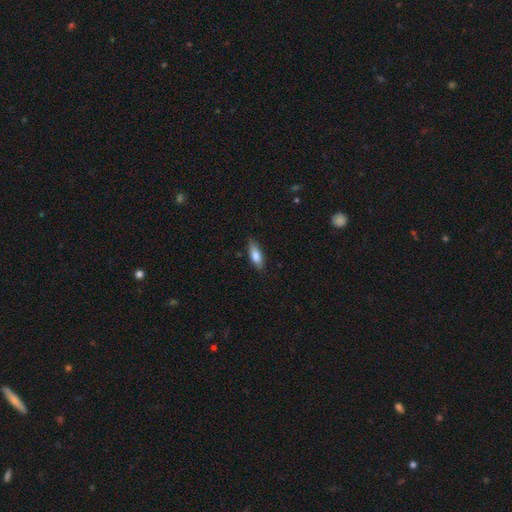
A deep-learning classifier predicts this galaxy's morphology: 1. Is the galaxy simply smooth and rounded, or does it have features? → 81% smooth, 13% featured or disk, 6% star or artifact.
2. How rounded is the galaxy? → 67% in between, 31% cigar-shaped, 2% round.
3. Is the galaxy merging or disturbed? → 81% none, 16% minor disturbance, 3% major disturbance, 1% merger.